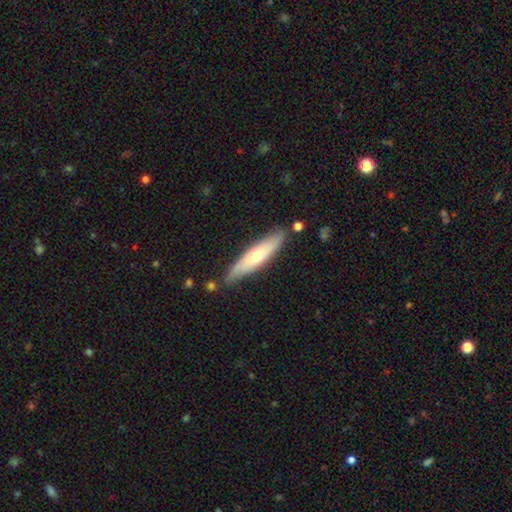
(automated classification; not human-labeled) smooth_or_featured: smooth (p=0.49) [alt: featured or disk p=0.44]
merging: none (p=0.82) [alt: minor disturbance p=0.13]